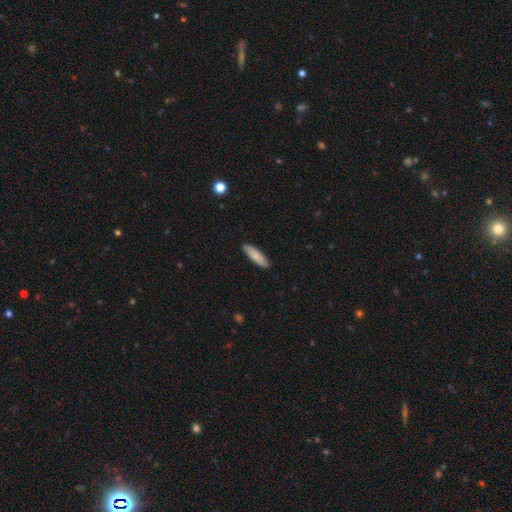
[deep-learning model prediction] Q: Smooth or featured?
A: smooth (80%); runner-up: featured or disk (15%)
Q: How rounded?
A: cigar-shaped (71%); runner-up: in between (27%)
Q: Merging?
A: none (90%); runner-up: minor disturbance (8%)